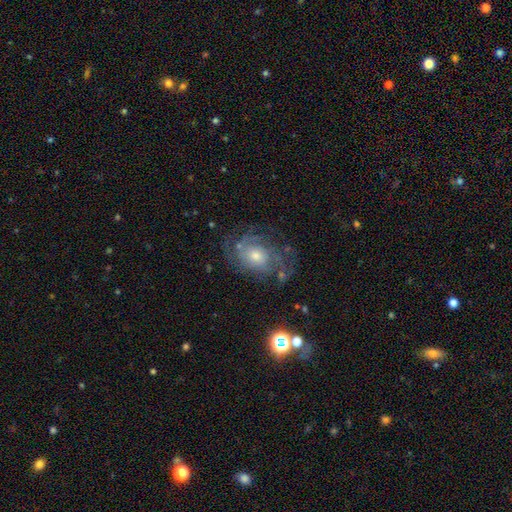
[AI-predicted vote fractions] Smooth or featured? Predicted: featured or disk (p=0.75). Edge-on disk? Predicted: no (p=0.96). Bar? Predicted: no (p=0.76). Spiral arms? Predicted: yes (p=0.88). Spiral winding? Predicted: tight (p=0.56). Spiral arm count? Predicted: can't tell (p=0.47). Bulge size? Predicted: moderate (p=0.56). Merging? Predicted: none (p=0.66).